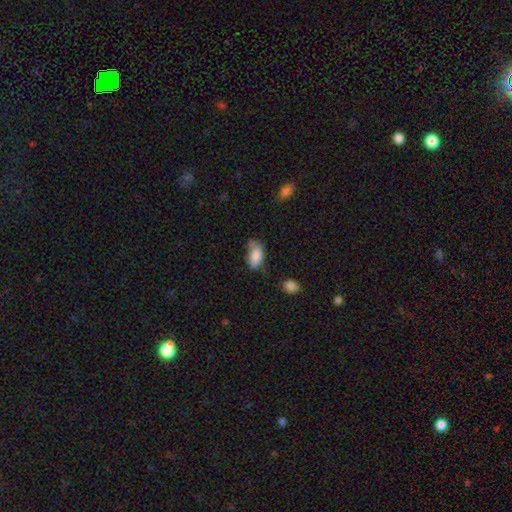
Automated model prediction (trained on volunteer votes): Smooth or featured? smooth (82%)
How rounded? in between (93%)
Merging? none (50%)